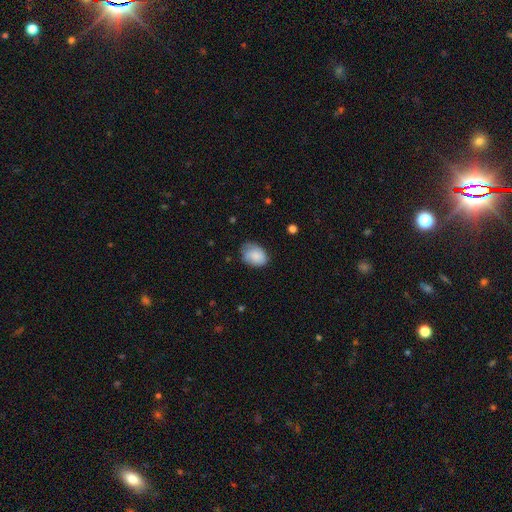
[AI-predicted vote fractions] This is clearly a smooth galaxy (80%). How rounded: likely in between (77%). Merging: likely none (66%).